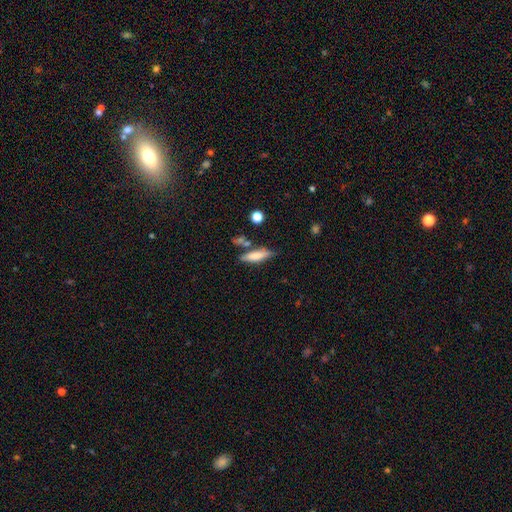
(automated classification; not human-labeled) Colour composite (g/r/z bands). It shows a smooth galaxy with no disk features (70%) that is cigar-shaped (67%). Merging: none (69%).